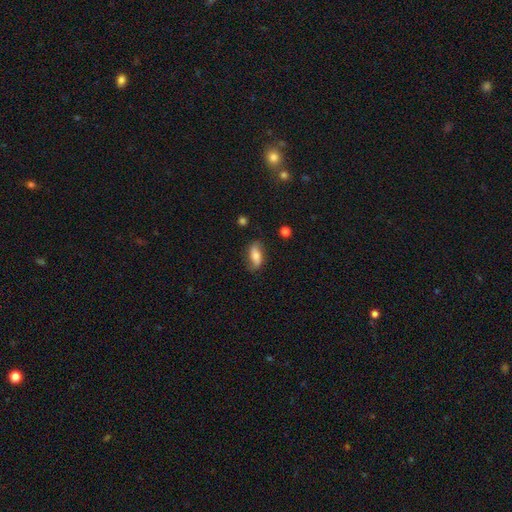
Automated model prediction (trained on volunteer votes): Q: Smooth or featured?
A: smooth (60%); runner-up: featured or disk (32%)
Q: How rounded?
A: in between (80%); runner-up: cigar-shaped (15%)
Q: Merging?
A: none (69%); runner-up: minor disturbance (23%)